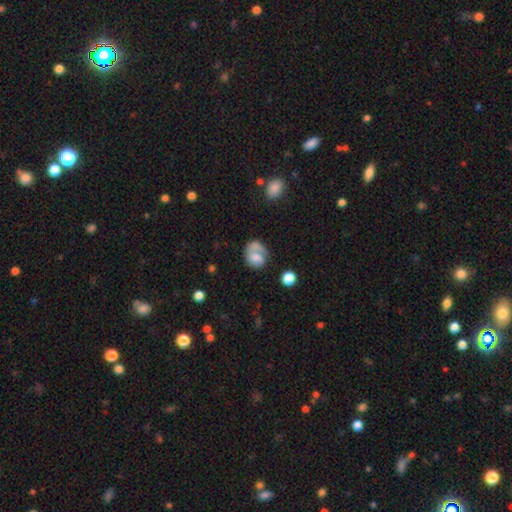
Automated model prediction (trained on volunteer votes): smooth_or_featured: smooth (p=0.52) [alt: featured or disk p=0.39]
how_rounded: round (p=0.50) [alt: in between p=0.49]
merging: none (p=0.41) [alt: major disturbance p=0.25]